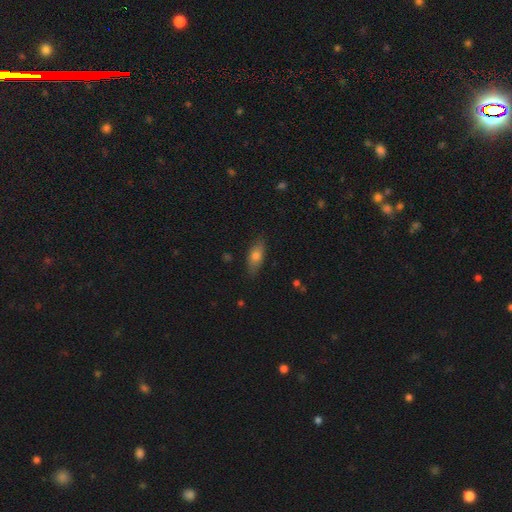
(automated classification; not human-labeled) A smooth galaxy with no disk features (71%) that is in between round and cigar-shaped (73%).

Vote fractions:
- Smooth or featured? smooth: 71% / featured or disk: 22% / star or artifact: 7%
- How rounded? in between: 73% / cigar-shaped: 24% / round: 4%
- Merging? none: 84% / minor disturbance: 12% / major disturbance: 2% / merger: 1%